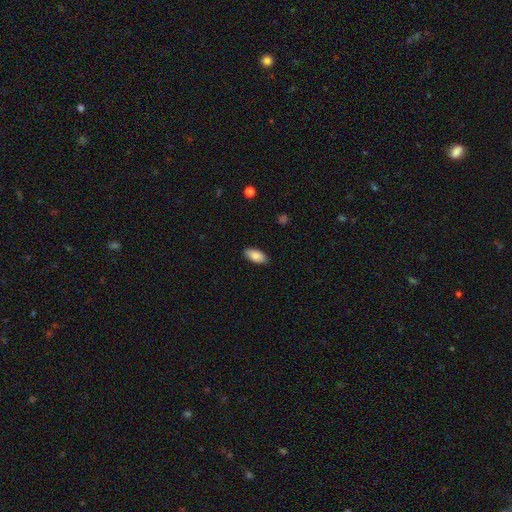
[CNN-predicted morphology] This is clearly a smooth galaxy (87%). How rounded: clearly in between (91%). Merging: clearly none (88%).